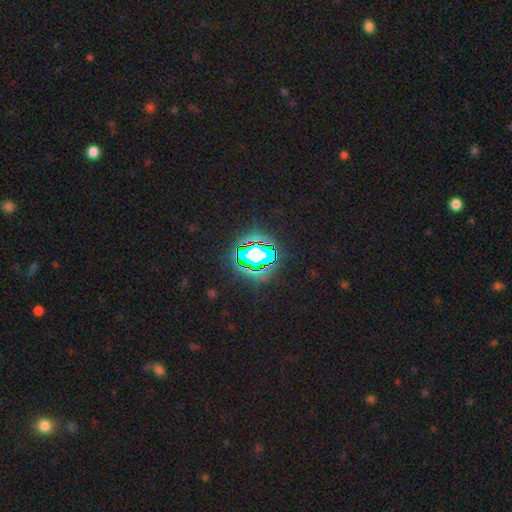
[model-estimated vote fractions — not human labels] Smooth or featured: star or artifact — 71% (smooth — 16%)